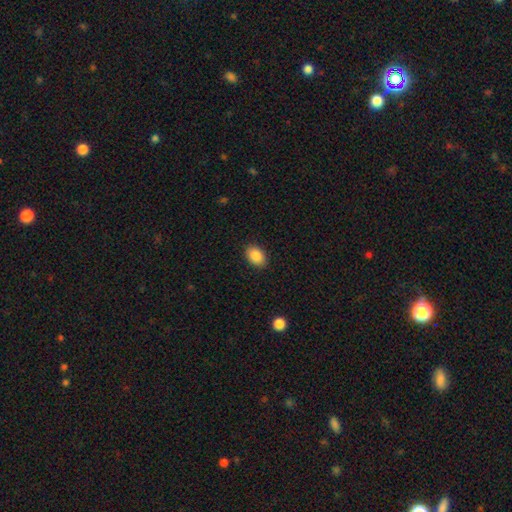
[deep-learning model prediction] Smooth or featured?
  - smooth: 88% *
  - star or artifact: 8%
  - featured or disk: 4%
How rounded?
  - in between: 81% *
  - round: 18%
  - cigar-shaped: 1%
Merging?
  - none: 89% *
  - minor disturbance: 8%
  - major disturbance: 2%
  - merger: 1%